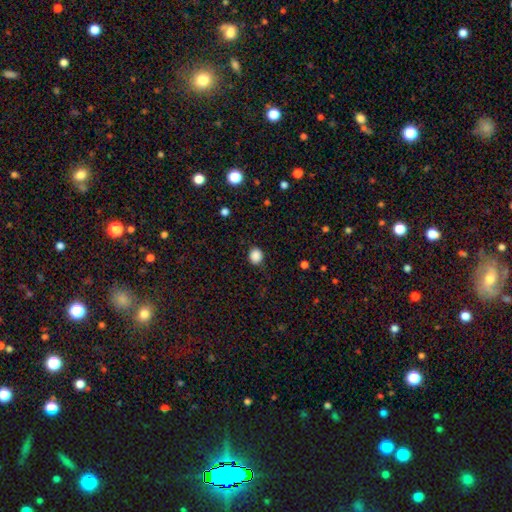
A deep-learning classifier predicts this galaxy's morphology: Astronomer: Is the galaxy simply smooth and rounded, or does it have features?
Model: smooth — 87%.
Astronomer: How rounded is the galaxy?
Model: round — 79%.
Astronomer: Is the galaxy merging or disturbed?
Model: none — 86%.